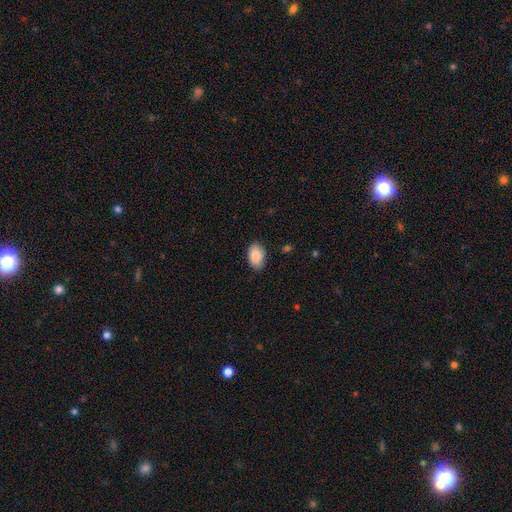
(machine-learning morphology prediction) Q: Smooth or featured?
A: smooth (88%); runner-up: star or artifact (6%)
Q: How rounded?
A: in between (90%); runner-up: round (9%)
Q: Merging?
A: none (85%); runner-up: minor disturbance (11%)